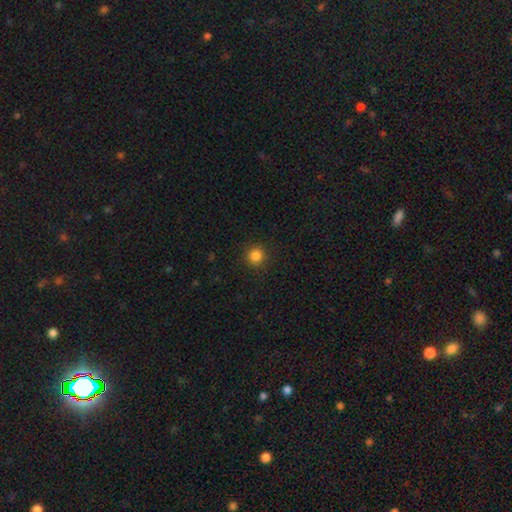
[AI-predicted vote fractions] smooth_or_featured: smooth (p=0.85) [alt: star or artifact p=0.12]
how_rounded: round (p=0.94) [alt: in between p=0.05]
merging: none (p=0.91) [alt: minor disturbance p=0.06]